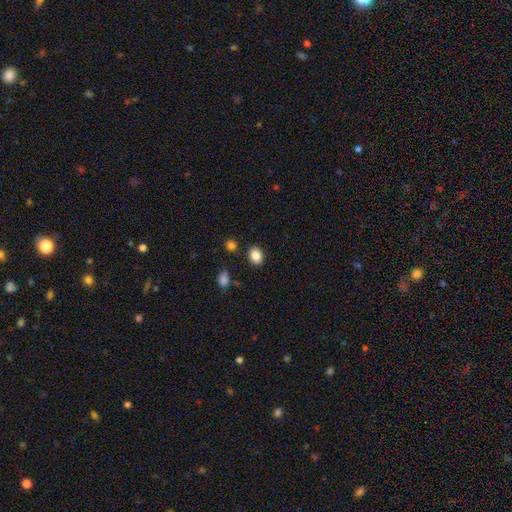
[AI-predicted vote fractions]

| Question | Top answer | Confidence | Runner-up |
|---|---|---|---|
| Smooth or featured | smooth | 86% | star or artifact (9%) |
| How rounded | in between | 59% | round (40%) |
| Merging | none | 85% | minor disturbance (9%) |